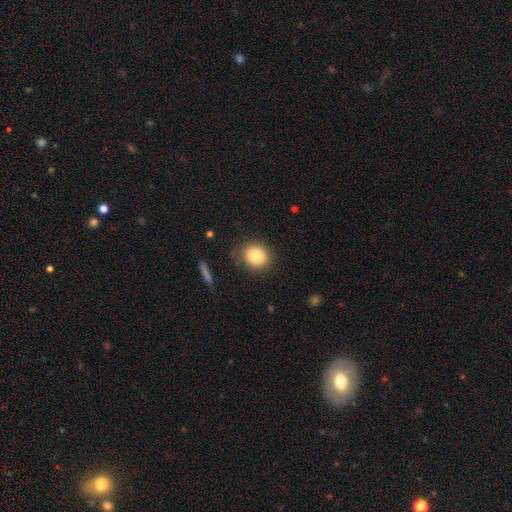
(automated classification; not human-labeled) Overall: smooth (82%). How rounded: round (75%). Merging: none (83%).